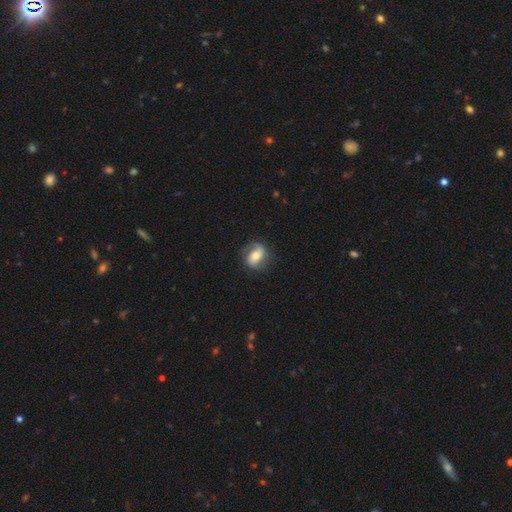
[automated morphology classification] Smooth or featured? Predicted: featured or disk (p=0.50). Edge-on disk? Predicted: no (p=0.95). Merging? Predicted: none (p=0.70).